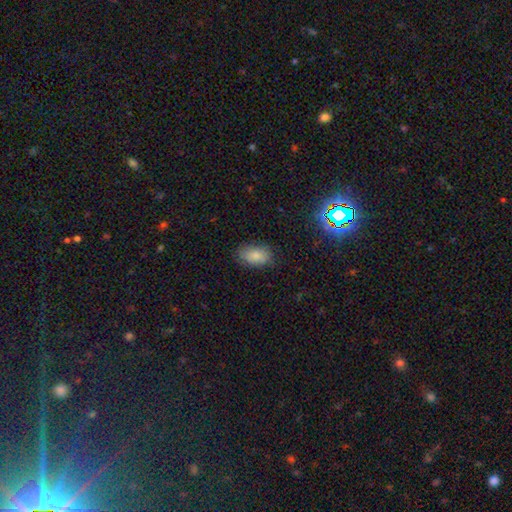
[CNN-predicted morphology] Smooth or featured? Predicted: smooth (p=0.83). How rounded? Predicted: in between (p=0.91). Merging? Predicted: none (p=0.79).